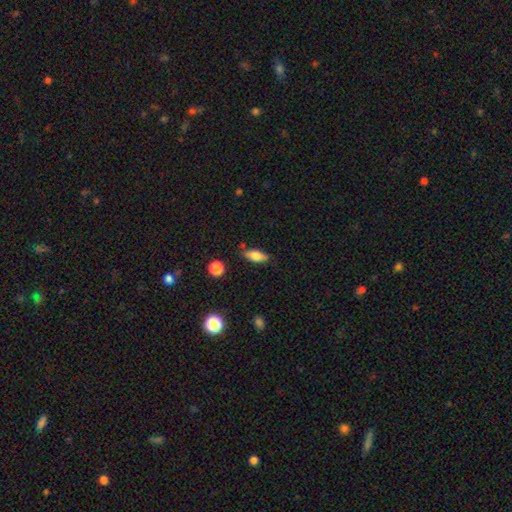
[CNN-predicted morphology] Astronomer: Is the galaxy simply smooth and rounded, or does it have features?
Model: smooth — 75%.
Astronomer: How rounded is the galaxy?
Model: in between — 76%.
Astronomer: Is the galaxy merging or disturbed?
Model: none — 80%.